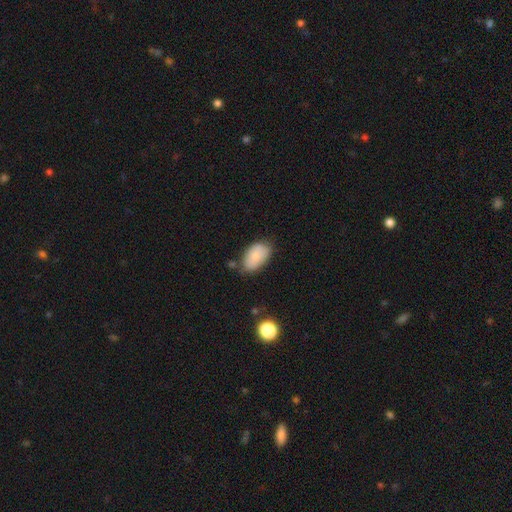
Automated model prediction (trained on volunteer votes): A smooth galaxy with no disk features (82%) that is in between round and cigar-shaped (93%). Merging: none (68%).